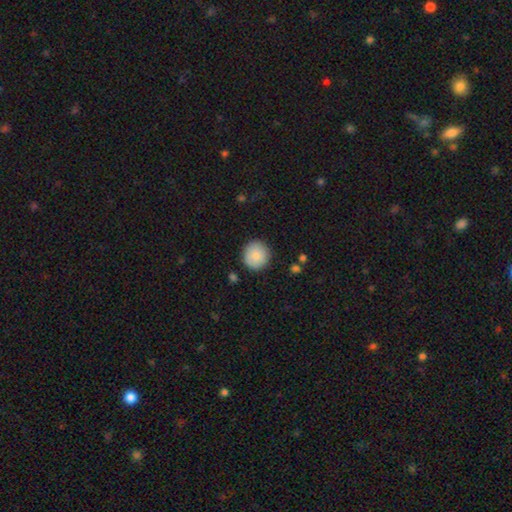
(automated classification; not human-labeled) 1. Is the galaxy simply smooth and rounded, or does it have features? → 87% smooth, 7% star or artifact, 6% featured or disk.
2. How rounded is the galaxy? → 92% round, 7% in between, 1% cigar-shaped.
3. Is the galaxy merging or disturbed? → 89% none, 8% minor disturbance, 2% major disturbance, 1% merger.